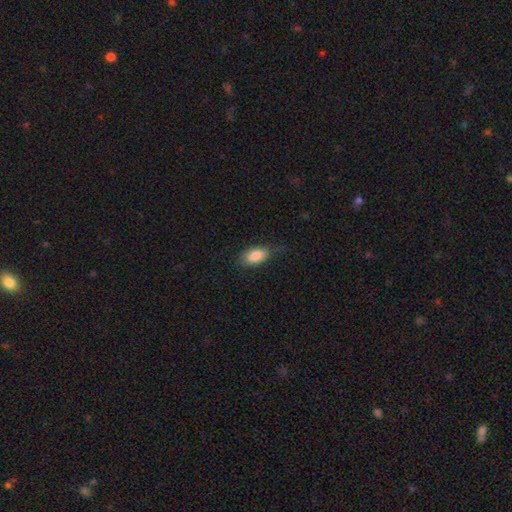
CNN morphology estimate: A smooth galaxy with no disk features (86%) that is in between round and cigar-shaped (91%).

Vote fractions:
- Smooth or featured? smooth: 86% / featured or disk: 7% / star or artifact: 7%
- How rounded? in between: 91% / round: 5% / cigar-shaped: 4%
- Merging? none: 73% / minor disturbance: 20% / major disturbance: 6% / merger: 1%